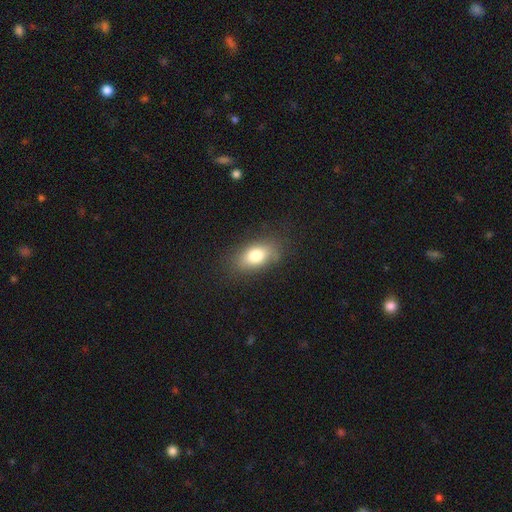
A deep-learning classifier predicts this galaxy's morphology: The model was most divided on "smooth or featured": smooth: 78%, featured or disk: 14%, star or artifact: 9%. More confident: how rounded — in between (86%); merging — none (80%).